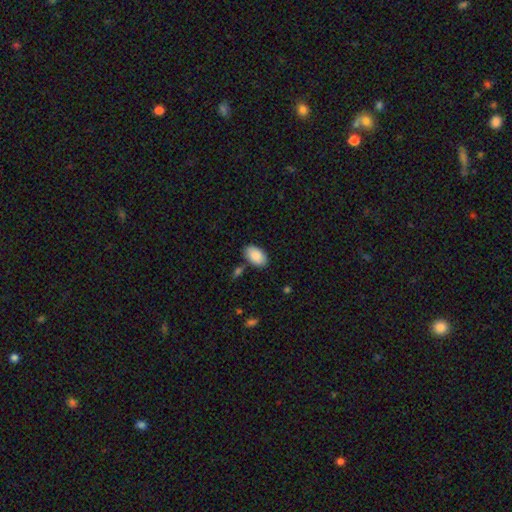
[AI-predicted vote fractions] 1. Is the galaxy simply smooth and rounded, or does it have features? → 89% smooth, 6% star or artifact, 5% featured or disk.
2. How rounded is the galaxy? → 94% in between, 5% round, 1% cigar-shaped.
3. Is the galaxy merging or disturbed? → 81% none, 12% minor disturbance, 5% merger, 3% major disturbance.